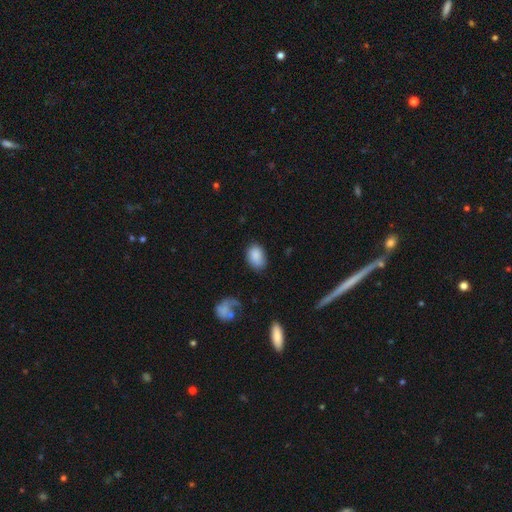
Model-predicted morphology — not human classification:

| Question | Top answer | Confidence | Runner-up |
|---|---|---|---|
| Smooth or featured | smooth | 85% | featured or disk (7%) |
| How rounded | in between | 79% | round (20%) |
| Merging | none | 69% | minor disturbance (23%) |